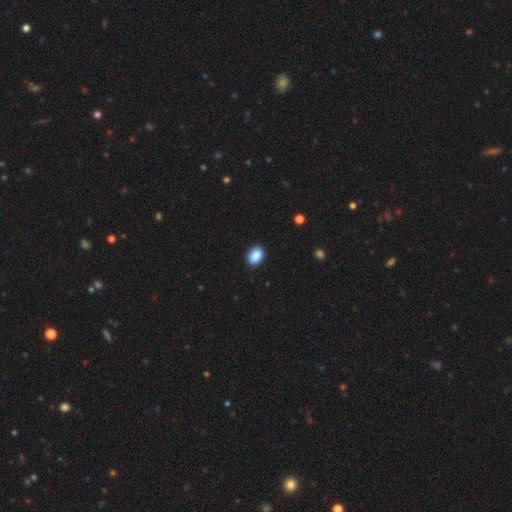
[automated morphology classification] This appears to be a smooth galaxy with no disk features (89%) that is in between round and cigar-shaped (79%). Merging: none (90%).